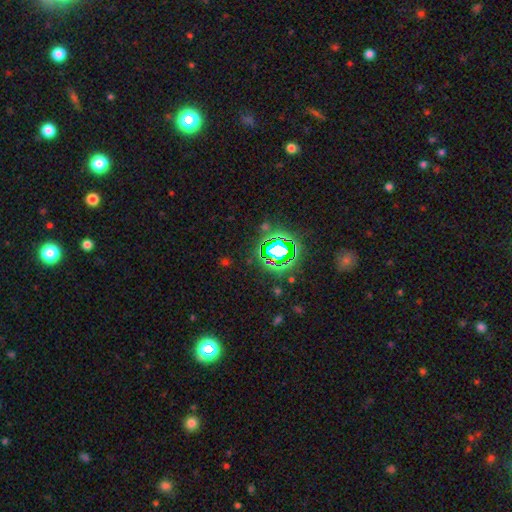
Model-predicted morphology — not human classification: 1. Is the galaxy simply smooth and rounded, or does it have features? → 77% star or artifact, 15% smooth, 8% featured or disk.